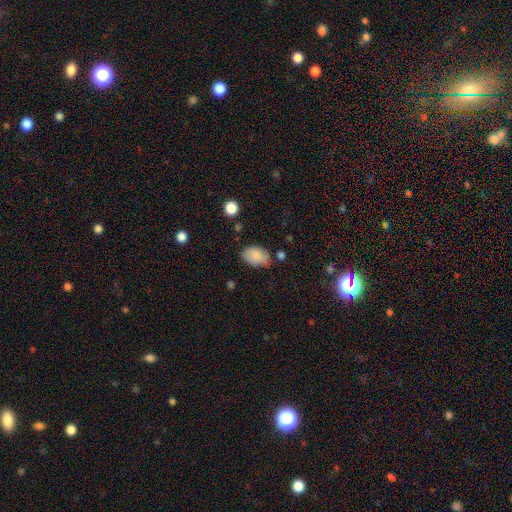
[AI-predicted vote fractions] This is clearly a smooth galaxy (86%). How rounded: clearly in between (89%). Merging: likely none (68%).